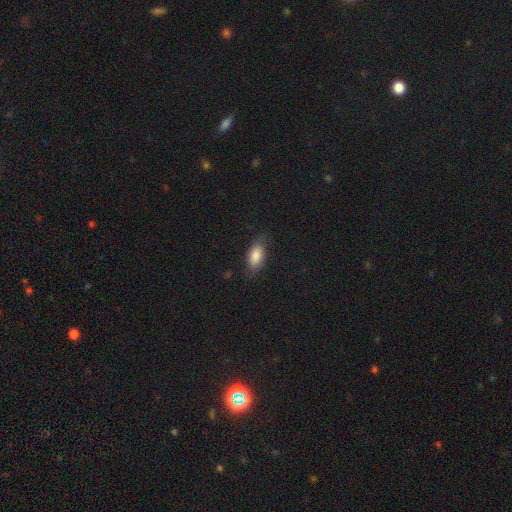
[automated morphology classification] A smooth galaxy with no disk features (83%) that is in between round and cigar-shaped (86%). Merging: none (73%).